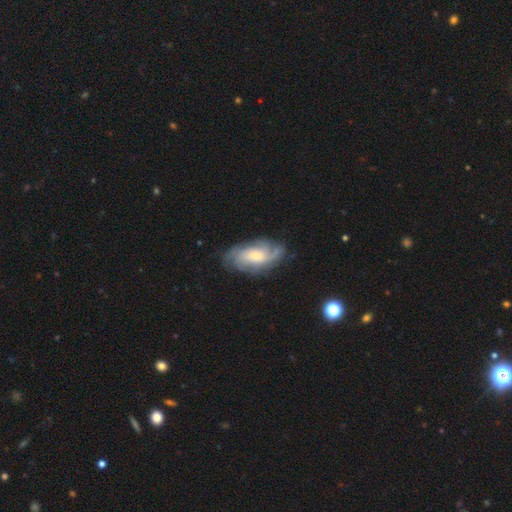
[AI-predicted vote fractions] smooth_or_featured: featured or disk (p=0.77) [alt: smooth p=0.17]
disk_edge_on: no (p=0.94) [alt: yes p=0.06]
bar: no (p=0.65) [alt: weak p=0.29]
has_spiral_arms: yes (p=0.94) [alt: no p=0.06]
spiral_winding: tight (p=0.44) [alt: medium p=0.39]
spiral_arm_count: can't tell (p=0.35) [alt: 3 p=0.21]
bulge_size: small (p=0.56) [alt: moderate p=0.36]
merging: none (p=0.73) [alt: minor disturbance p=0.18]